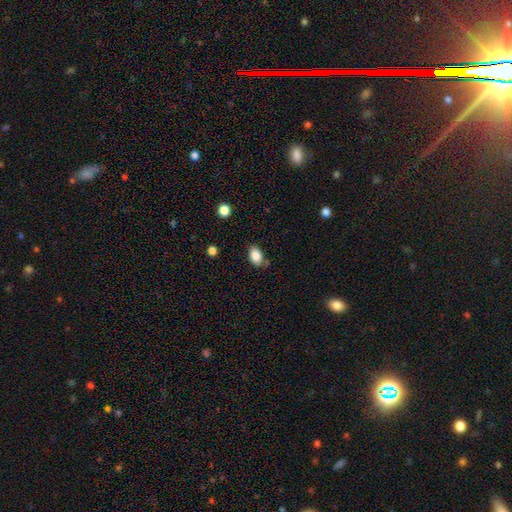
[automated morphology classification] This is clearly a smooth galaxy (85%). How rounded: clearly in between (85%). Merging: likely none (76%).